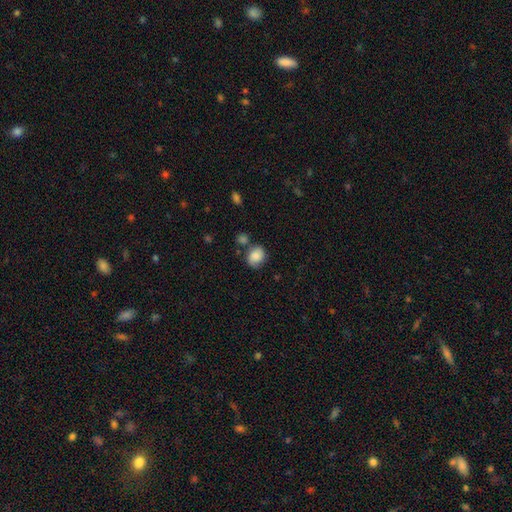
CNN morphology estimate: Overall: smooth (80%). How rounded: round (55%; in between 44%). Merging: none (60%; minor disturbance 21%).